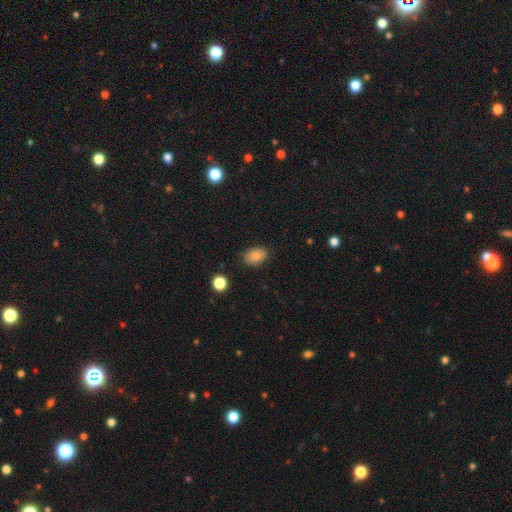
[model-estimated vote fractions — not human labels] Smooth or featured: smooth — 83% (star or artifact — 9%)
How rounded: in between — 81% (round — 18%)
Merging: none — 81% (minor disturbance — 15%)